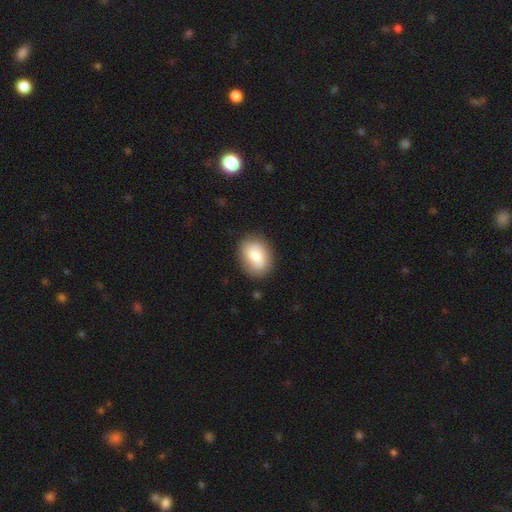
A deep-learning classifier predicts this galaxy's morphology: The model was most divided on "how rounded": in between: 63%, round: 36%, cigar-shaped: 1%. More confident: merging — none (84%); smooth or featured — smooth (70%).